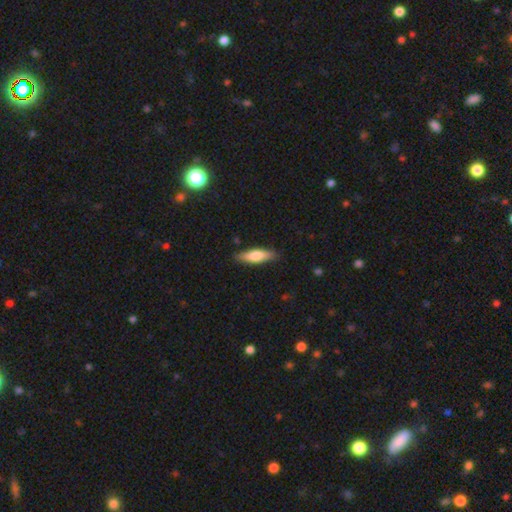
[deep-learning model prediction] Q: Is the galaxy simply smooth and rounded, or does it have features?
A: smooth — 69%.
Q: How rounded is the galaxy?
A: cigar-shaped — 56%.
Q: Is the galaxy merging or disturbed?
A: none — 86%.